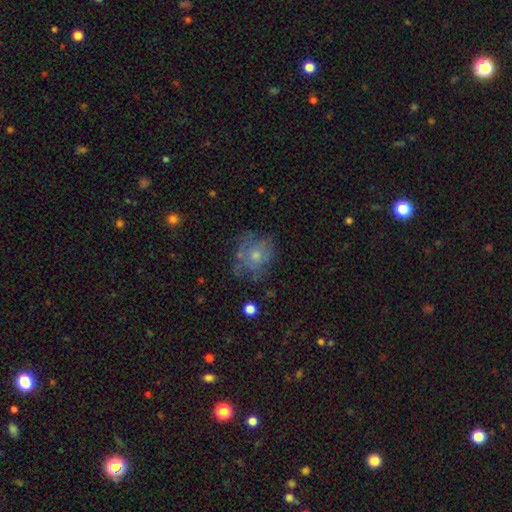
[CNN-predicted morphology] Smooth or featured?
  - smooth: 46% *
  - featured or disk: 43%
  - star or artifact: 12%
Merging?
  - none: 54% *
  - minor disturbance: 25%
  - major disturbance: 18%
  - merger: 3%